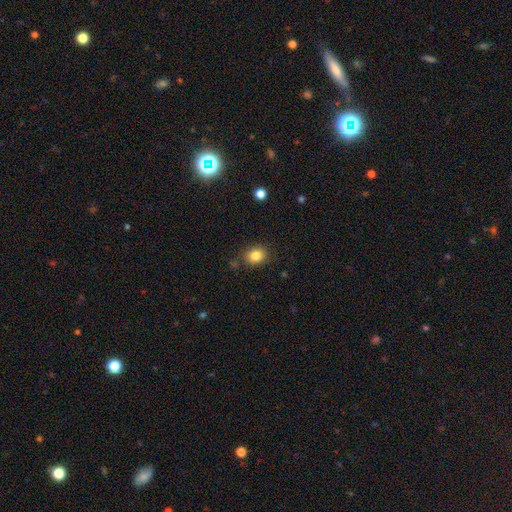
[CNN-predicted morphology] Q: Smooth or featured?
A: smooth (84%); runner-up: star or artifact (10%)
Q: How rounded?
A: round (59%); runner-up: in between (40%)
Q: Merging?
A: none (80%); runner-up: minor disturbance (13%)